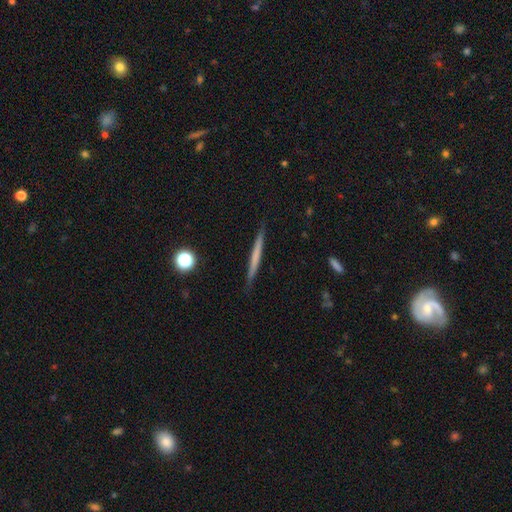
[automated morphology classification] Q: Smooth or featured?
A: smooth (50%); runner-up: featured or disk (43%)
Q: How rounded?
A: cigar-shaped (96%); runner-up: in between (2%)
Q: Merging?
A: none (89%); runner-up: minor disturbance (8%)